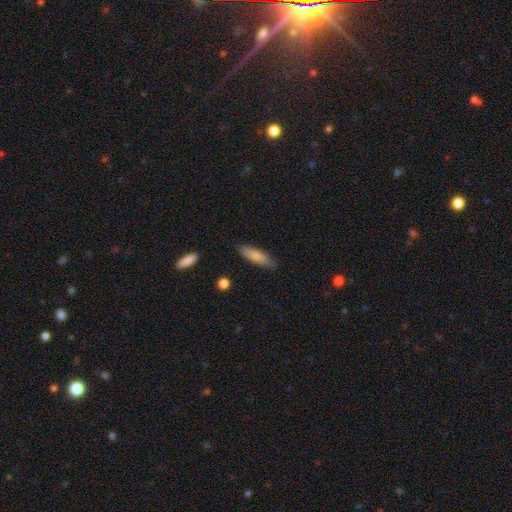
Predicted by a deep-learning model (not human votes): Smooth or featured?
  - smooth: 80% *
  - featured or disk: 13%
  - star or artifact: 6%
How rounded?
  - cigar-shaped: 58% *
  - in between: 40%
  - round: 2%
Merging?
  - none: 79% *
  - minor disturbance: 16%
  - major disturbance: 3%
  - merger: 2%